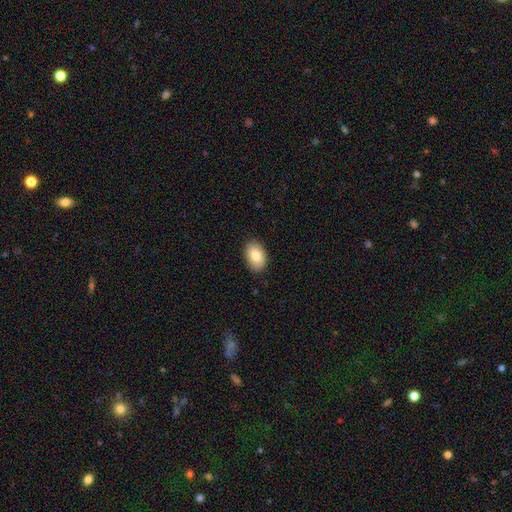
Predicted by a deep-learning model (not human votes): Q: Smooth or featured?
A: smooth (83%); runner-up: featured or disk (10%)
Q: How rounded?
A: in between (90%); runner-up: round (8%)
Q: Merging?
A: none (88%); runner-up: minor disturbance (10%)